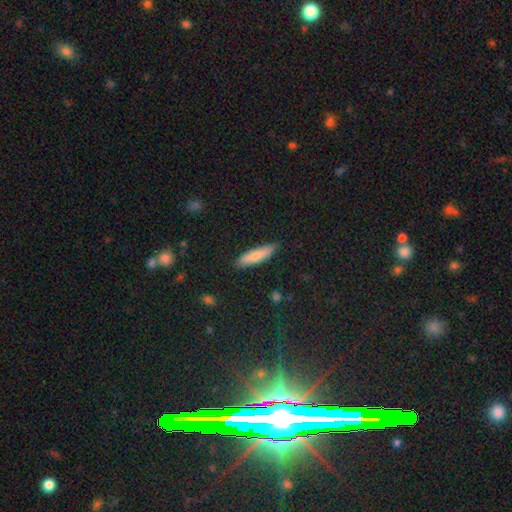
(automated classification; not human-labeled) Smooth or featured? Predicted: smooth (p=0.74). How rounded? Predicted: cigar-shaped (p=0.72). Merging? Predicted: none (p=0.83).